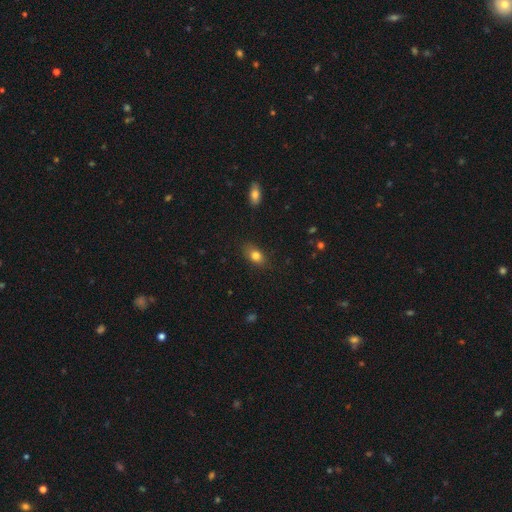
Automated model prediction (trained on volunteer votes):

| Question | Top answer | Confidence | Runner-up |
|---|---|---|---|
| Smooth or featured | smooth | 81% | star or artifact (10%) |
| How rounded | in between | 79% | round (18%) |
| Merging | none | 81% | minor disturbance (14%) |